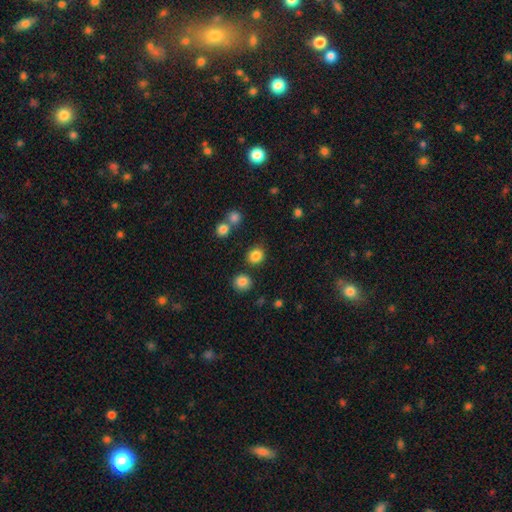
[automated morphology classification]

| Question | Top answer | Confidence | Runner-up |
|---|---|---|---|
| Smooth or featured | smooth | 84% | star or artifact (12%) |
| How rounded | round | 79% | in between (20%) |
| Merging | none | 82% | minor disturbance (8%) |